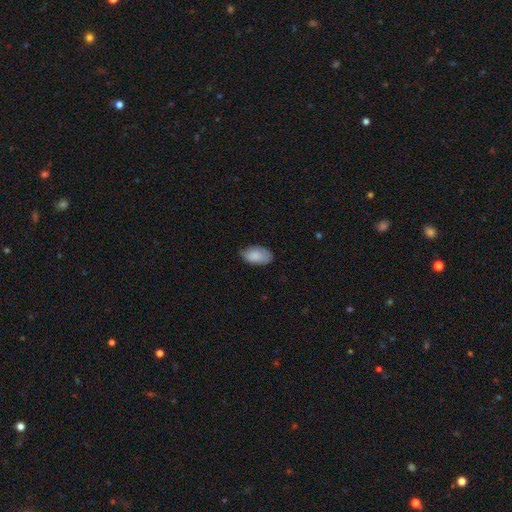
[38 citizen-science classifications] Smooth or featured? smooth (89%)
How rounded? in between (100%)
Merging? none (70%)